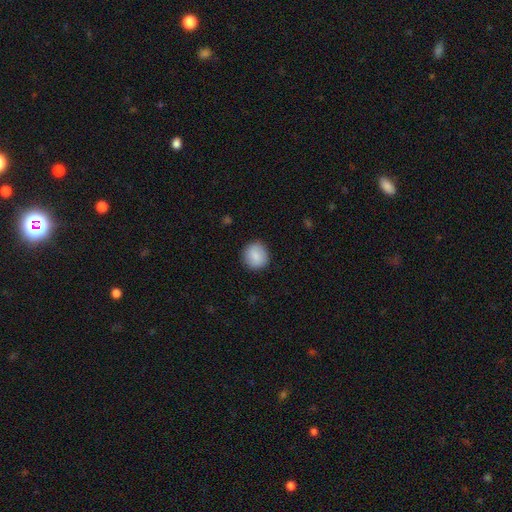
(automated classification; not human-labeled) A smooth galaxy with no disk features (86%) that is round (86%). Merging: none (88%).